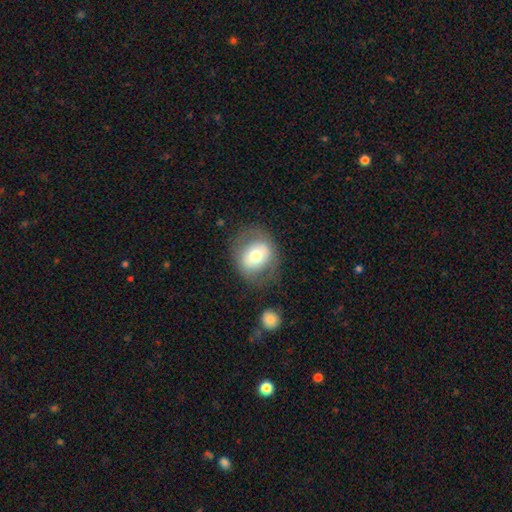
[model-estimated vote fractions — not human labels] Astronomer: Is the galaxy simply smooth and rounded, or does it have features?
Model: smooth — 59%.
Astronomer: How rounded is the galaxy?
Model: round — 64%.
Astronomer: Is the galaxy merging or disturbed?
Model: none — 71%.